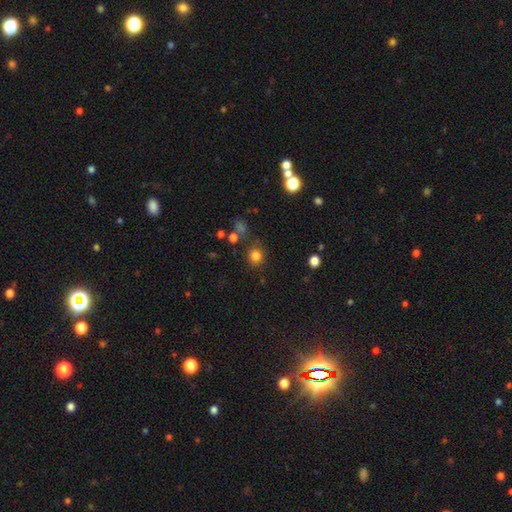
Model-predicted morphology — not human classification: Smooth or featured? smooth (79%)
How rounded? round (85%)
Merging? none (79%)